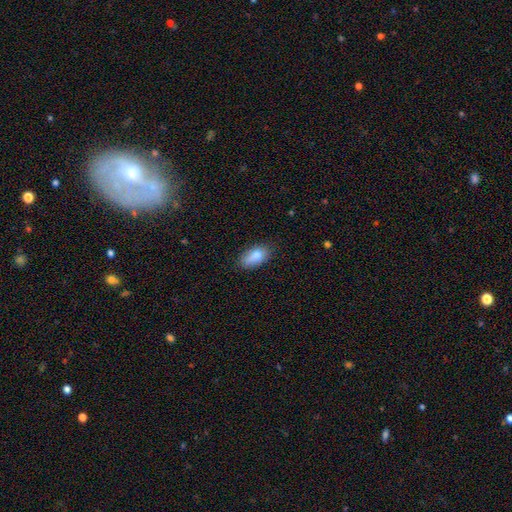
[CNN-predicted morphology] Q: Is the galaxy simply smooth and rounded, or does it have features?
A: smooth — 83%.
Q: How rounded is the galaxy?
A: in between — 90%.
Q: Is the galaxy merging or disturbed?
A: none — 73%.